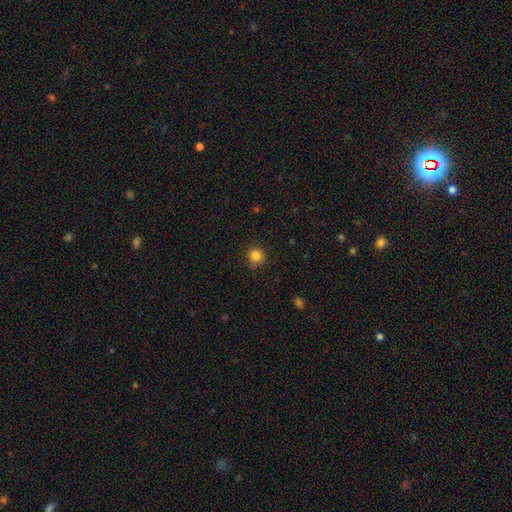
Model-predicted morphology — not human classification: smooth_or_featured: smooth (p=0.84) [alt: star or artifact p=0.12]
how_rounded: round (p=0.92) [alt: in between p=0.07]
merging: none (p=0.84) [alt: minor disturbance p=0.12]